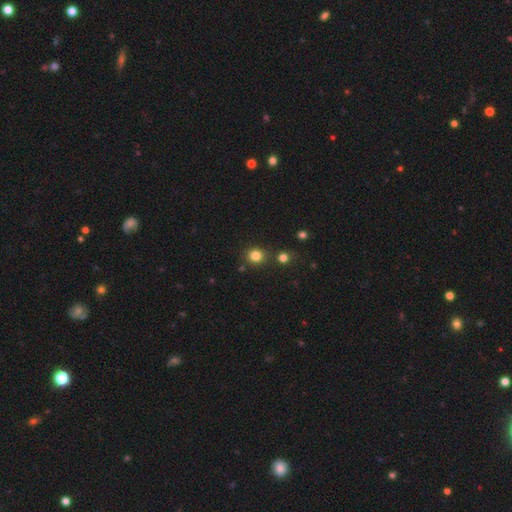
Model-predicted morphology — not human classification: Smooth or featured: smooth — 81% (star or artifact — 13%)
How rounded: round — 82% (in between — 17%)
Merging: none — 79% (merger — 9%)